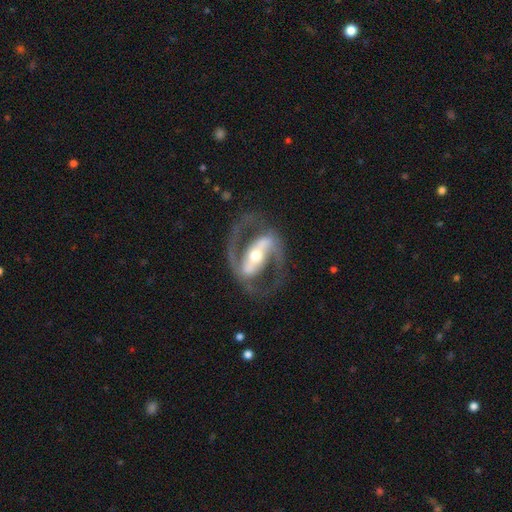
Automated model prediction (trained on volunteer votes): smooth-or-featured: featured or disk: 91% | smooth: 5% | star or artifact: 4%
  disk-edge-on: no: 95% | yes: 5%
    bar: strong: 72% | weak: 17% | no: 10%
    has-spiral-arms: yes: 94% | no: 6%
      spiral-winding: medium: 60% | tight: 20% | loose: 20%
      spiral-arm-count: 2: 93% | can't tell: 2% | 1: 2% | 3: 1% | 4: 1% | more than 4: 1%
    bulge-size: moderate: 64% | small: 25% | large: 8% | dominant: 1% | none: 1%
  merging: none: 78% | minor disturbance: 11% | major disturbance: 10% | merger: 2%